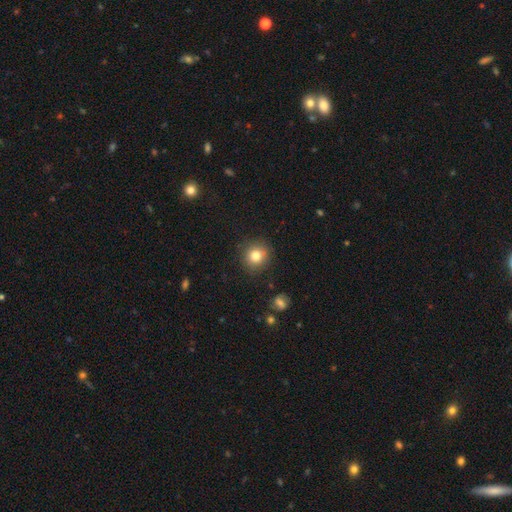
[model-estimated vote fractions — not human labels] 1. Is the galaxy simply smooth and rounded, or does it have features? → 81% smooth, 12% star or artifact, 8% featured or disk.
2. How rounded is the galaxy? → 90% round, 9% in between, 1% cigar-shaped.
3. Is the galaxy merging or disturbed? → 89% none, 8% minor disturbance, 2% major disturbance, 1% merger.